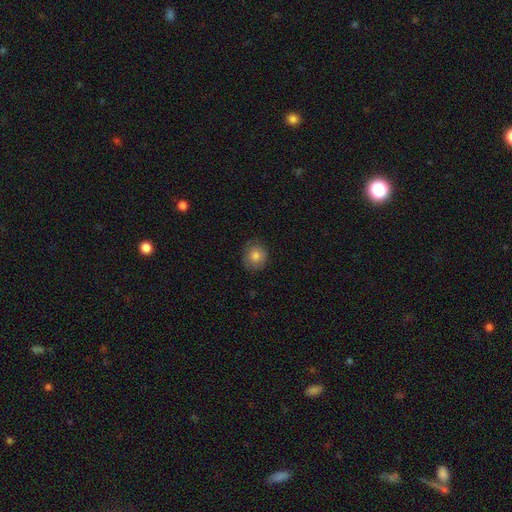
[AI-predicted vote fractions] smooth-or-featured: smooth: 82% | star or artifact: 9% | featured or disk: 9%
  how-rounded: round: 85% | in between: 14% | cigar-shaped: 1%
  merging: none: 81% | minor disturbance: 14% | major disturbance: 3% | merger: 1%